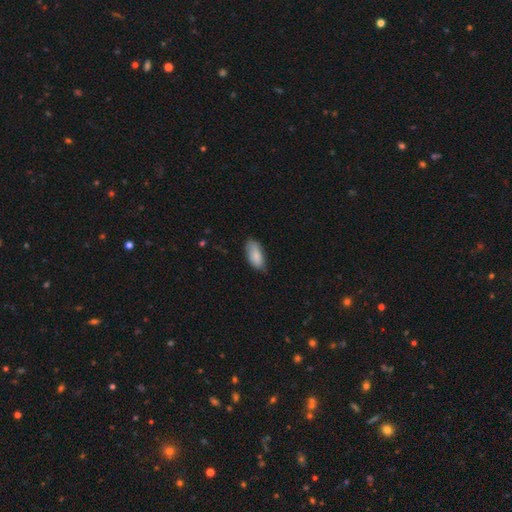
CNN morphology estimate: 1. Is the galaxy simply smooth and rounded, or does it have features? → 83% smooth, 11% featured or disk, 6% star or artifact.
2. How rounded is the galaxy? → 90% in between, 8% cigar-shaped, 2% round.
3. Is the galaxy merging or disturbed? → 66% none, 28% minor disturbance, 5% major disturbance, 1% merger.